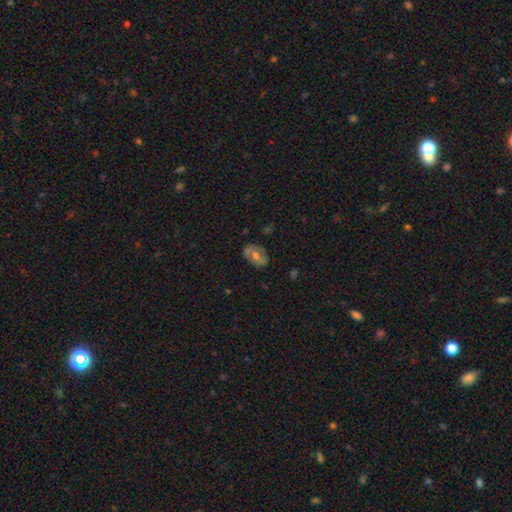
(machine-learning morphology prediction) featured or disk 51%, smooth 40%, star or artifact 9%. Down the decision tree: edge-on disk — no (93%); merging — none (76%).